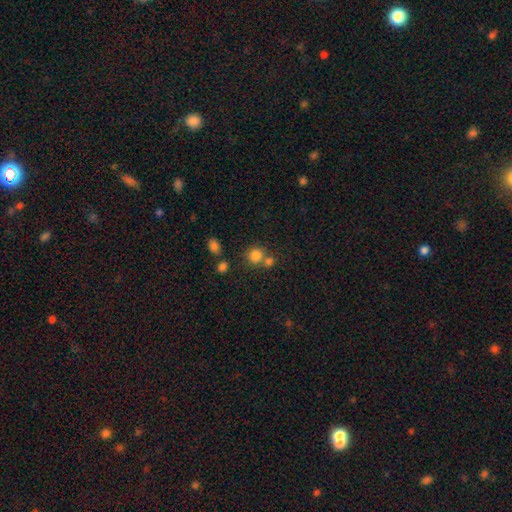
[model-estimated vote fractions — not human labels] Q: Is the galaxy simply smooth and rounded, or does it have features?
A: smooth — 80%.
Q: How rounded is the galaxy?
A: round — 85%.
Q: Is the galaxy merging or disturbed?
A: none — 56%.